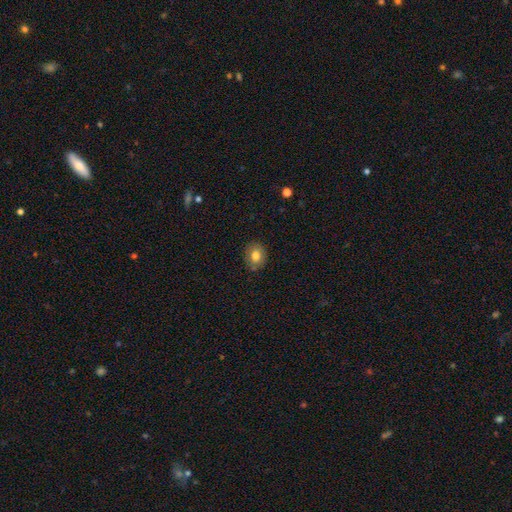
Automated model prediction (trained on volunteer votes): Smooth or featured? smooth (78%)
How rounded? round (55%)
Merging? none (84%)